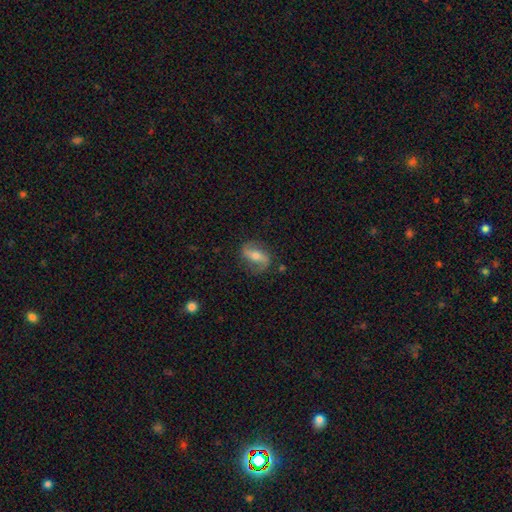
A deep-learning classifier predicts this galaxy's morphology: This appears to be a featured or disk galaxy (71%) with a strong bar (45%), 2 (90%) loose (62%) spiral arms (87%) and a moderate central bulge (60%). Merging: none (79%).